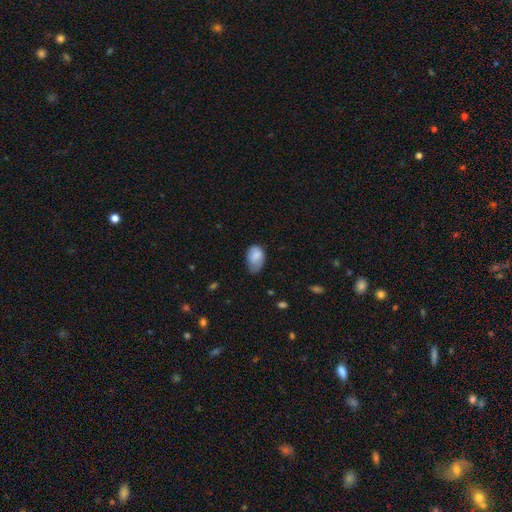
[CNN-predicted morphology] smooth 80%, featured or disk 12%, star or artifact 7%. Down the decision tree: how rounded — in between (87%); merging — minor disturbance (43%).